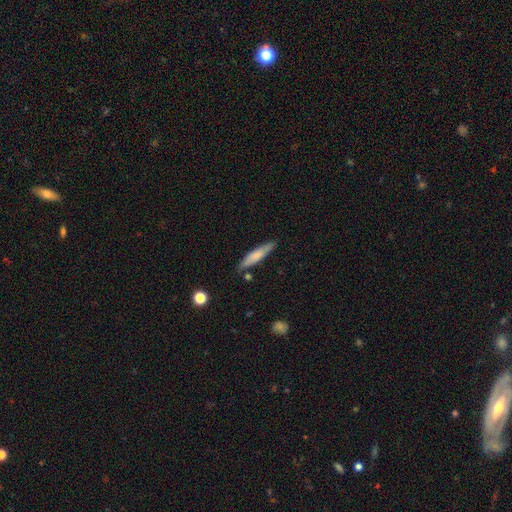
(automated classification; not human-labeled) Morphology: type=smooth (70%); roundness=cigar-shaped (86%); merging=none (82%).